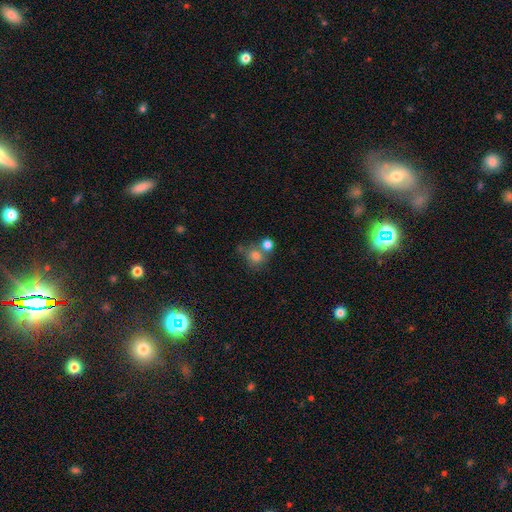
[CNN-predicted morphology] smooth 77%, star or artifact 13%, featured or disk 10%. Down the decision tree: how rounded — round (79%); merging — none (48%).